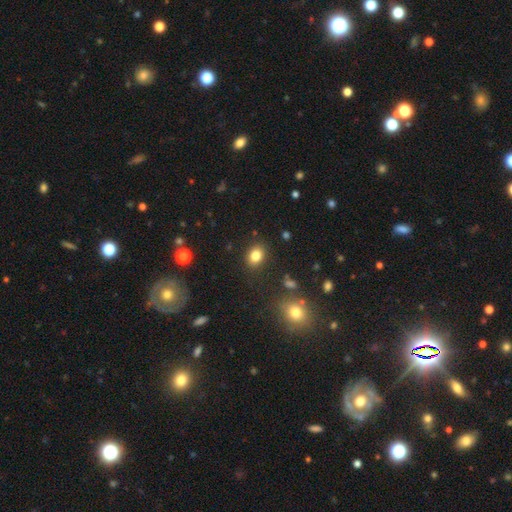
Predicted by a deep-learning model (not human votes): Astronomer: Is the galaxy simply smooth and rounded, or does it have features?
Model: smooth — 83%.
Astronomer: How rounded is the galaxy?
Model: in between — 61% (runner-up: round, 38%).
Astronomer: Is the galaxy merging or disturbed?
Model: none — 86%.